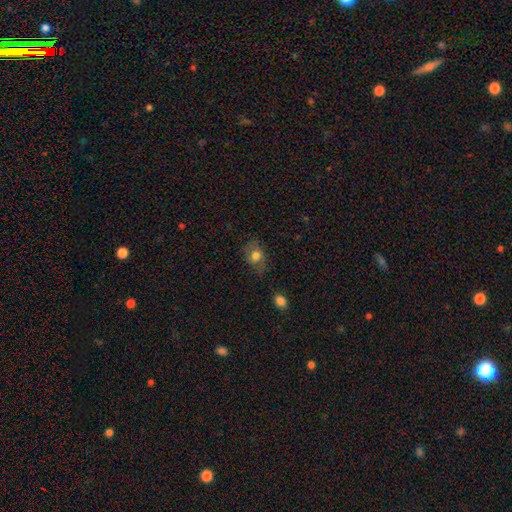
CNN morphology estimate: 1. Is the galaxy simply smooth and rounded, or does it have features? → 71% smooth, 19% featured or disk, 10% star or artifact.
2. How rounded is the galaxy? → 54% in between, 44% round, 1% cigar-shaped.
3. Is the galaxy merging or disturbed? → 64% none, 24% minor disturbance, 9% major disturbance, 2% merger.